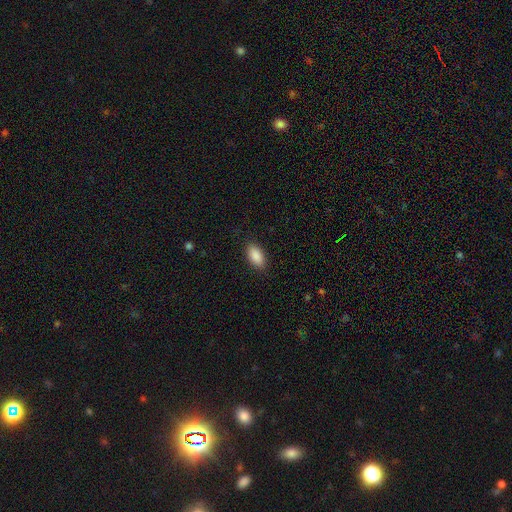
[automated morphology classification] A smooth galaxy with no disk features (89%) that is in between round and cigar-shaped (92%).

Vote fractions:
- Smooth or featured? smooth: 89% / star or artifact: 7% / featured or disk: 4%
- How rounded? in between: 92% / cigar-shaped: 5% / round: 3%
- Merging? none: 88% / minor disturbance: 8% / major disturbance: 2% / merger: 1%